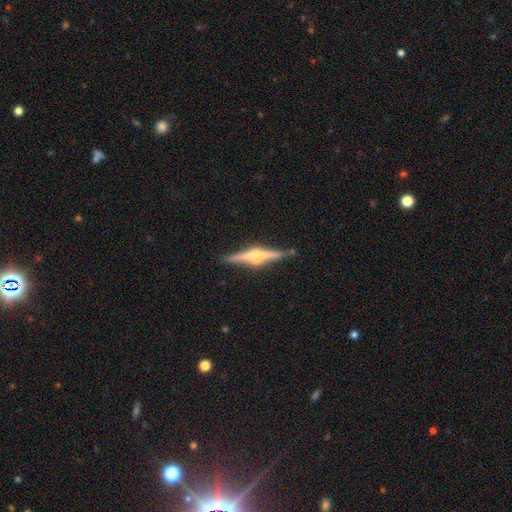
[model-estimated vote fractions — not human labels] This appears to be a featured or disk galaxy (76%) viewed edge-on (98%) with a rounded central bulge (92%). Merging: none (86%).